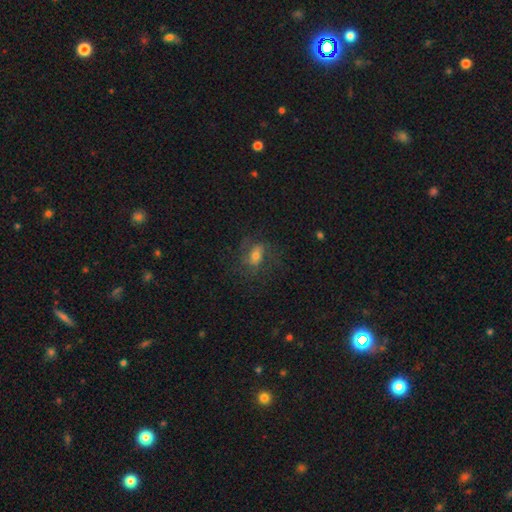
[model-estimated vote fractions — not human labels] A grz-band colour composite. It shows a featured or disk galaxy (52%). Merging: none (61%).